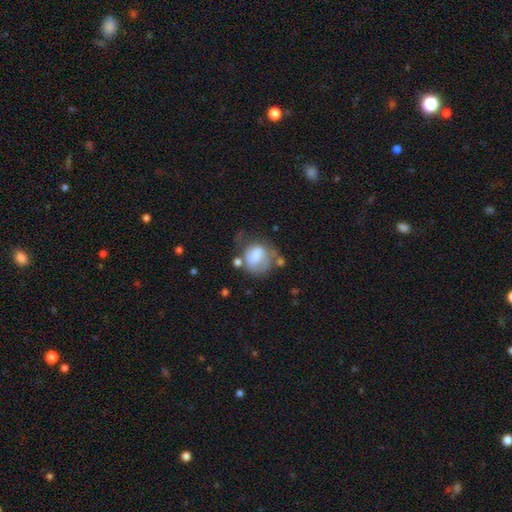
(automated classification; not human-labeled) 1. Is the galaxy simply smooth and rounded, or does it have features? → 63% smooth, 28% featured or disk, 8% star or artifact.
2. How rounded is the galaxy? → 66% round, 33% in between, 1% cigar-shaped.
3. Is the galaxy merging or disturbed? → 31% none, 30% major disturbance, 26% minor disturbance, 13% merger.